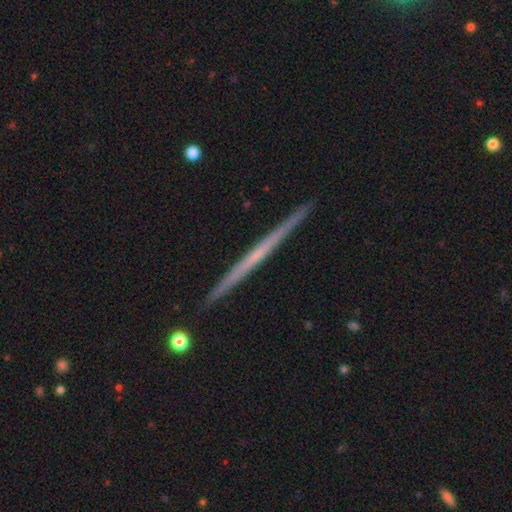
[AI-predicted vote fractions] A featured or disk galaxy (65%) viewed edge-on (98%) with no central bulge (88%).

Vote fractions:
- Smooth or featured? featured or disk: 65% / smooth: 29% / star or artifact: 6%
- Edge-on disk? yes: 98% / no: 2%
- Edge-on bulge? none: 88% / rounded: 9% / boxy: 3%
- Merging? none: 92% / minor disturbance: 5% / merger: 1% / major disturbance: 1%